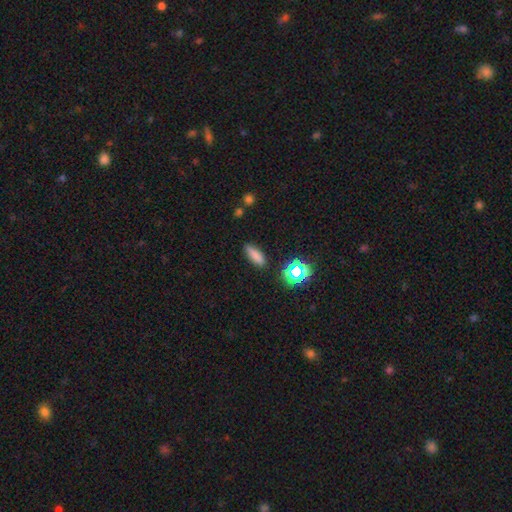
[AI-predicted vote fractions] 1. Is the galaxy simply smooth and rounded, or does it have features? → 78% smooth, 15% star or artifact, 7% featured or disk.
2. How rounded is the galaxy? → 49% cigar-shaped, 47% in between, 4% round.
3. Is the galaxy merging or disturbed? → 86% none, 9% minor disturbance, 3% major disturbance, 2% merger.